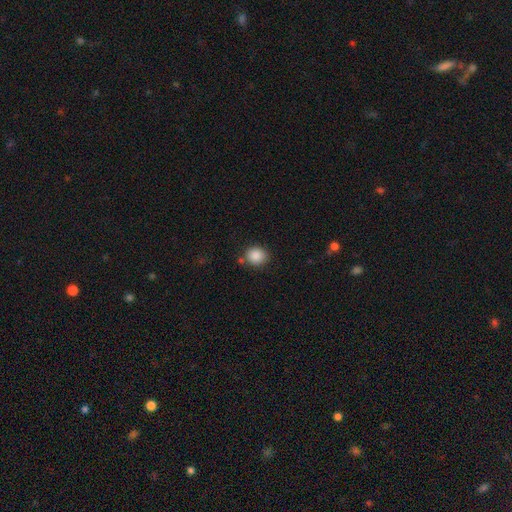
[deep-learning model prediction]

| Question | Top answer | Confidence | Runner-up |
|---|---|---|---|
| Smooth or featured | smooth | 87% | star or artifact (9%) |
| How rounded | round | 75% | in between (24%) |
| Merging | none | 77% | minor disturbance (13%) |